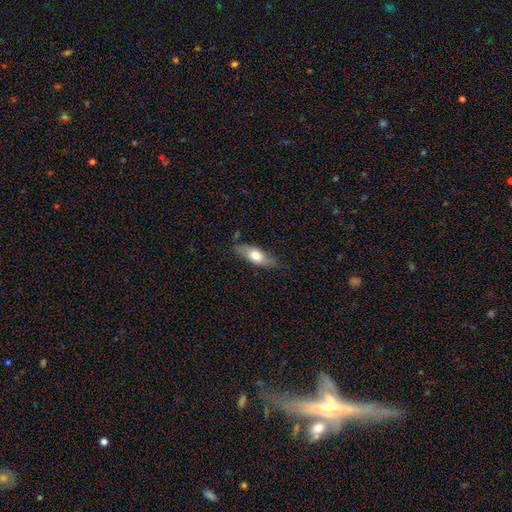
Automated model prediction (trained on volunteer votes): Morphology: type=smooth (68%); roundness=in between (71%); merging=none (77%).